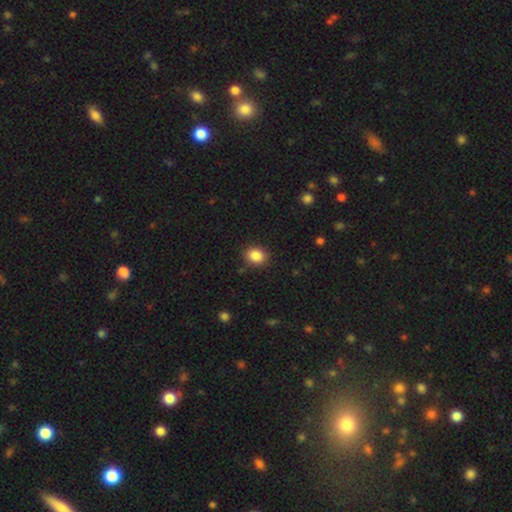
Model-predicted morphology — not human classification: This is clearly a smooth galaxy (87%). How rounded: likely round (60%). Merging: clearly none (87%).